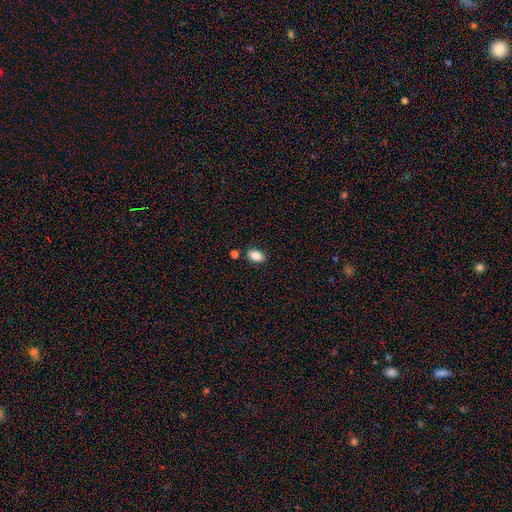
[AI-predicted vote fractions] Smooth or featured?
  - smooth: 86% *
  - star or artifact: 8%
  - featured or disk: 6%
How rounded?
  - in between: 91% *
  - round: 7%
  - cigar-shaped: 2%
Merging?
  - none: 82% *
  - minor disturbance: 10%
  - merger: 6%
  - major disturbance: 2%